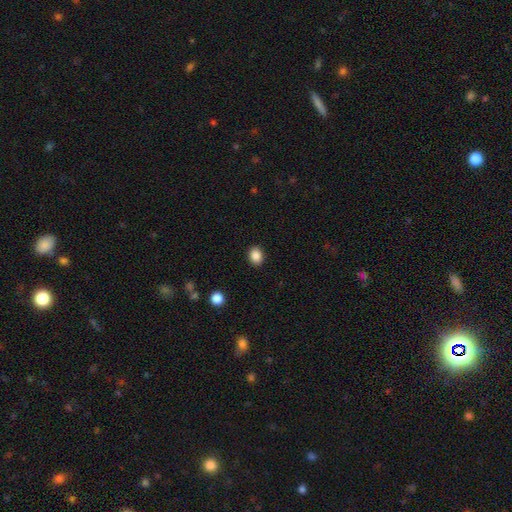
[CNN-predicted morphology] A smooth galaxy with no disk features (87%) that is round (52%). Merging: none (90%).